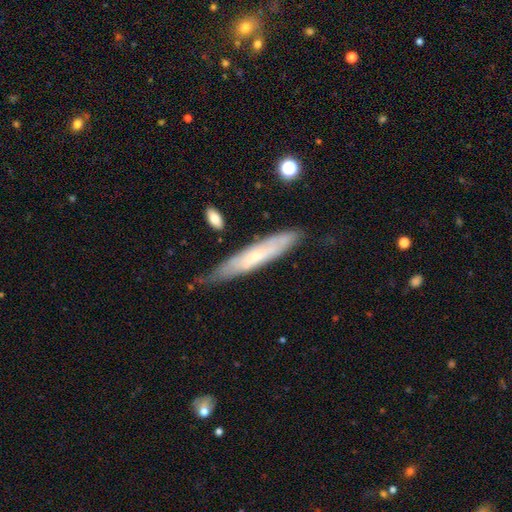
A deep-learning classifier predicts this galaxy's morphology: featured or disk 53%, smooth 41%, star or artifact 6%. Down the decision tree: edge-on disk — yes (61%); merging — none (68%).